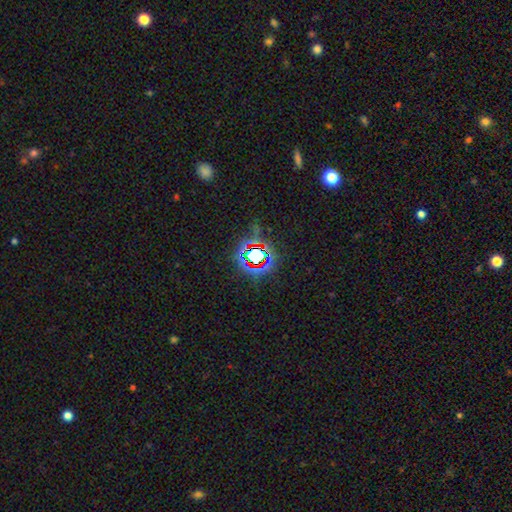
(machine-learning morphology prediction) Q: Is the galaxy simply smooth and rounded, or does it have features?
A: star or artifact — 72%.